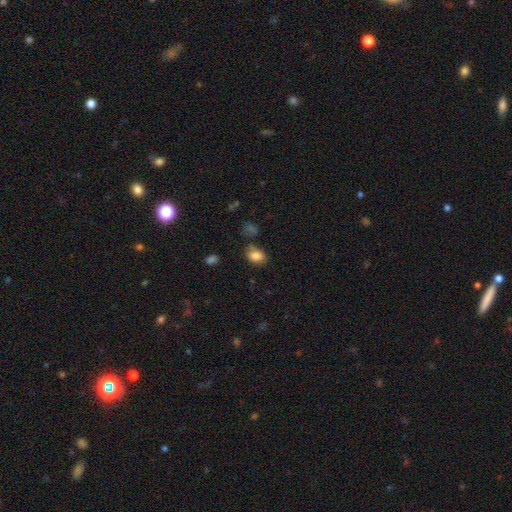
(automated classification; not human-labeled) The model was most divided on "merging": none: 67%, minor disturbance: 20%, merger: 7%, major disturbance: 6%. More confident: smooth or featured — smooth (83%); how rounded — in between (75%).